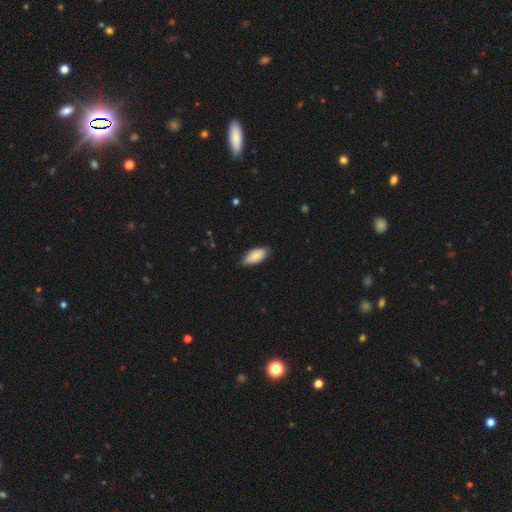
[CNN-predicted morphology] Overall: smooth (86%). How rounded: in between (92%). Merging: none (77%).